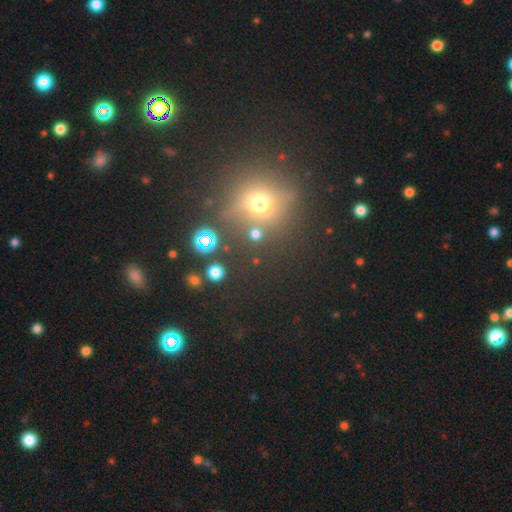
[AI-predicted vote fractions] smooth-or-featured: star or artifact: 45% | smooth: 43% | featured or disk: 12%